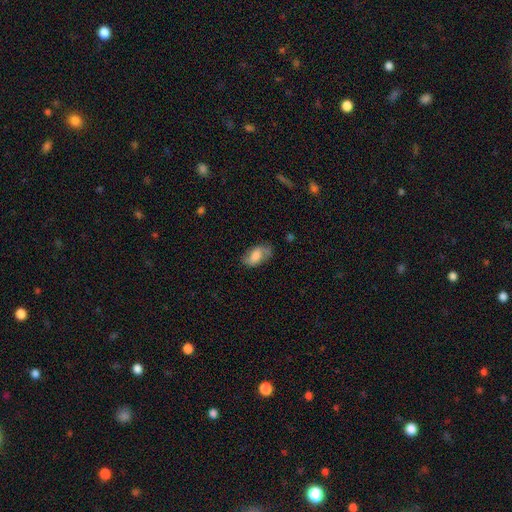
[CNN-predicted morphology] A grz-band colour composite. It shows a smooth galaxy with no disk features (57%) that is in between round and cigar-shaped (90%). Merging: none (65%).